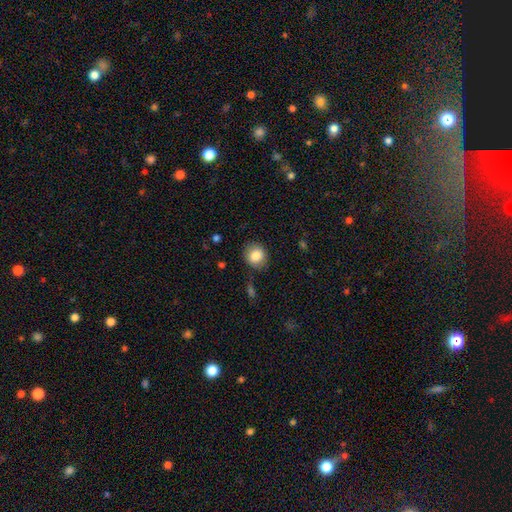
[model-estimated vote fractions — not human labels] This is clearly a smooth galaxy (85%). How rounded: clearly round (82%). Merging: clearly none (83%).